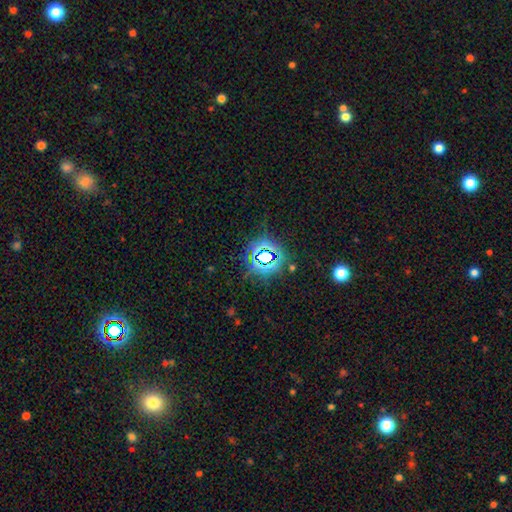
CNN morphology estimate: Smooth or featured?
  - star or artifact: 74% *
  - smooth: 16%
  - featured or disk: 10%